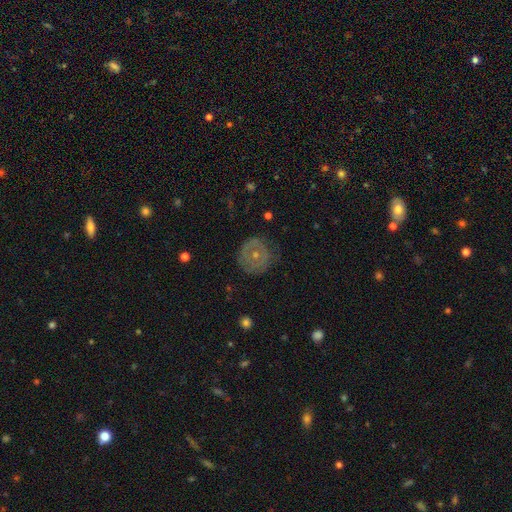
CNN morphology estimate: Overall: featured or disk (50%; smooth 41%). Edge-on disk: no (96%). Merging: none (75%).